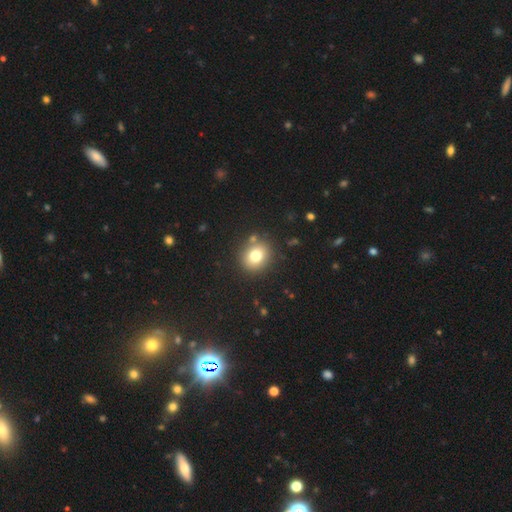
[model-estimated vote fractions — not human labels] The model was most divided on "how rounded": round: 76%, in between: 23%, cigar-shaped: 1%. More confident: merging — none (84%); smooth or featured — smooth (76%).